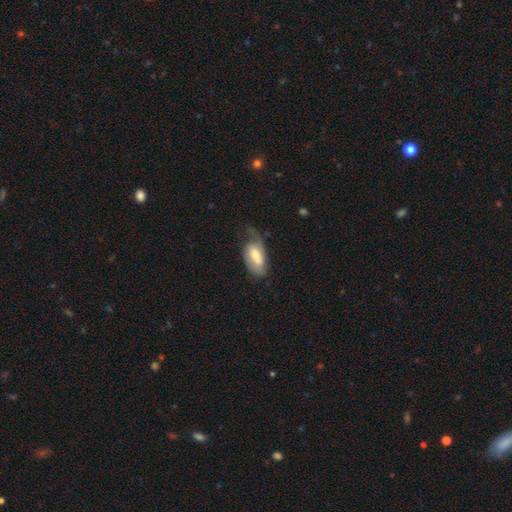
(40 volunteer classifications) Overall: featured or disk (52%; smooth 48%). Edge-on disk: no (100%). Bar: strong (38%; weak 33%). Spiral arms: yes (81%). Spiral arm count: 1 (82%). Spiral winding: medium (41%; tight 35%). Bulge size: moderate (71%). Merging: none (45%; major disturbance 28%).